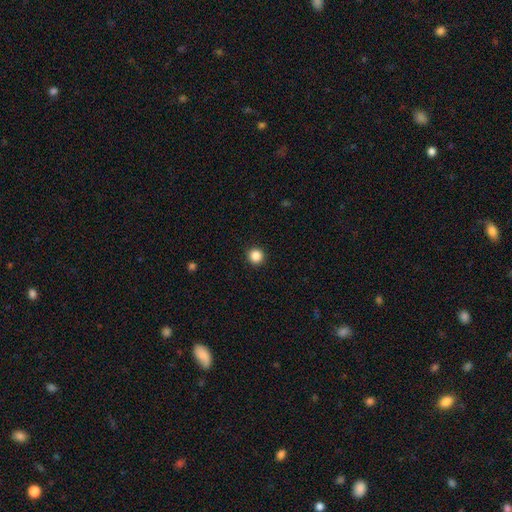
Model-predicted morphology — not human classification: type=smooth (86%); roundness=round (95%); merging=none (93%).